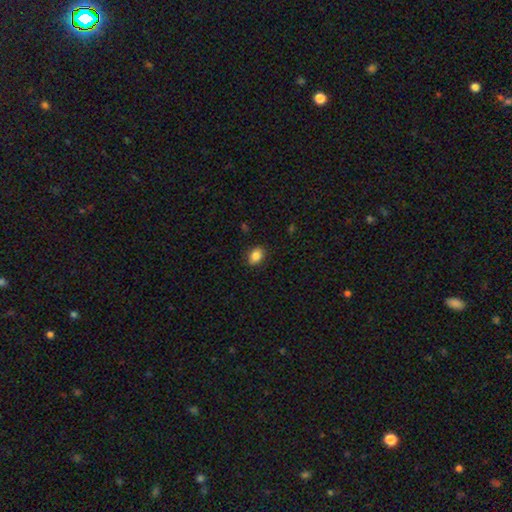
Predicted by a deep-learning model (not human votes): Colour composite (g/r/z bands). It shows a smooth galaxy with no disk features (86%) that is in between round and cigar-shaped (71%). Merging: none (85%).